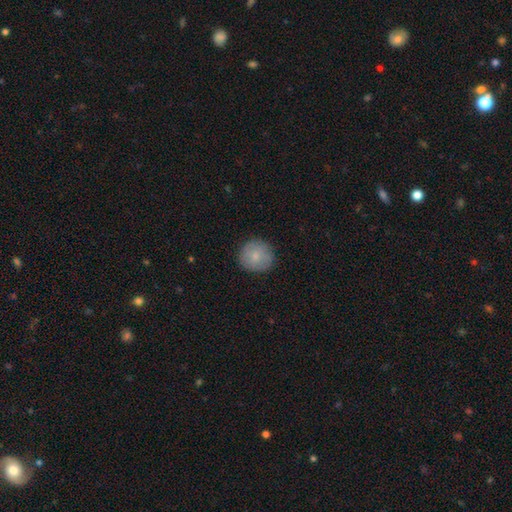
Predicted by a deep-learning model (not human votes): Morphology: type=smooth (81%); roundness=round (93%); merging=none (86%).